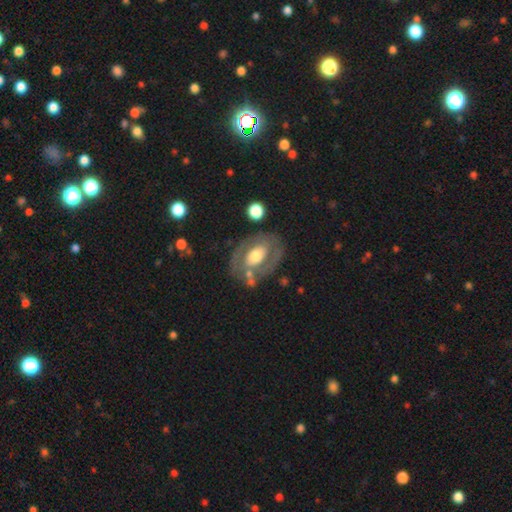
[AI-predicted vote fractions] Overall: featured or disk (61%; smooth 33%). Edge-on disk: no (93%). Bar: no (65%). Spiral arms: no (62%; yes 38%). Bulge size: moderate (59%; large 27%). Merging: none (64%).